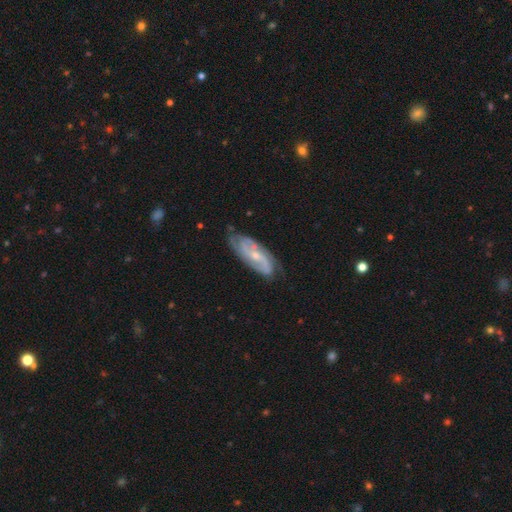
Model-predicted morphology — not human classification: smooth-or-featured: featured or disk: 82% | smooth: 12% | star or artifact: 6%
  disk-edge-on: no: 91% | yes: 9%
    bar: no: 48% | weak: 40% | strong: 12%
    has-spiral-arms: yes: 95% | no: 5%
      spiral-winding: medium: 42% | tight: 39% | loose: 19%
      spiral-arm-count: 2: 56% | can't tell: 19% | 3: 15% | 4: 4% | 1: 3% | more than 4: 3%
    bulge-size: small: 60% | moderate: 35% | none: 2% | large: 1% | dominant: 1%
  merging: none: 71% | minor disturbance: 22% | major disturbance: 5% | merger: 2%